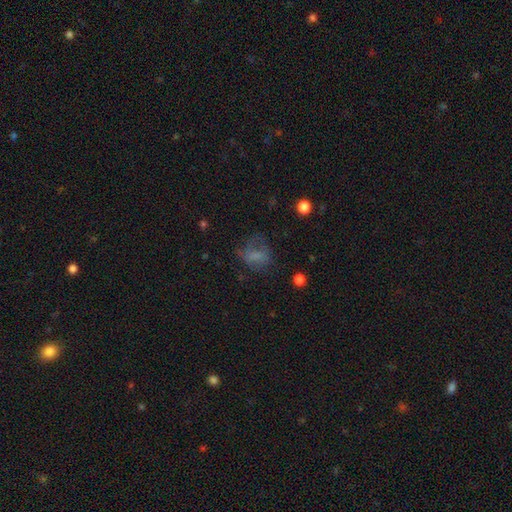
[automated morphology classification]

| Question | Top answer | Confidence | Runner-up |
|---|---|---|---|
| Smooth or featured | smooth | 55% | featured or disk (27%) |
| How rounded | in between | 54% | round (44%) |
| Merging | none | 44% | major disturbance (31%) |